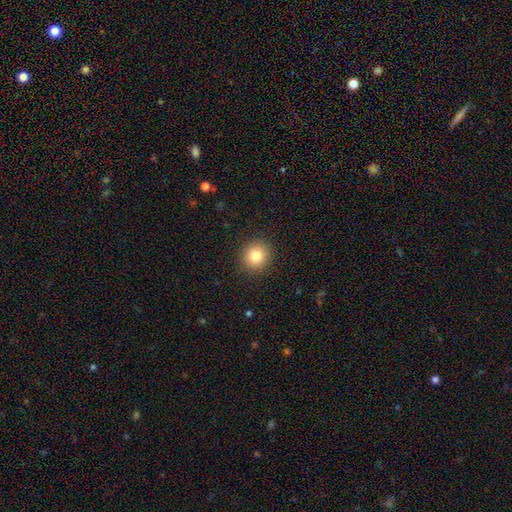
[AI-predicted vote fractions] smooth_or_featured: smooth (p=0.82) [alt: star or artifact p=0.11]
how_rounded: round (p=0.88) [alt: in between p=0.11]
merging: none (p=0.91) [alt: minor disturbance p=0.06]